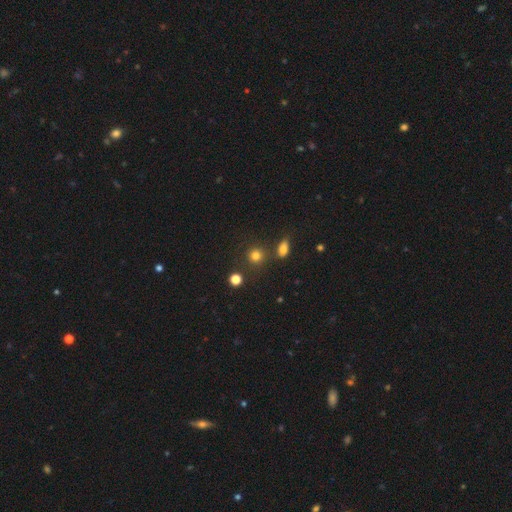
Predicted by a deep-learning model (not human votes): smooth 79%, star or artifact 15%, featured or disk 6%. Down the decision tree: how rounded — round (88%); merging — none (78%).